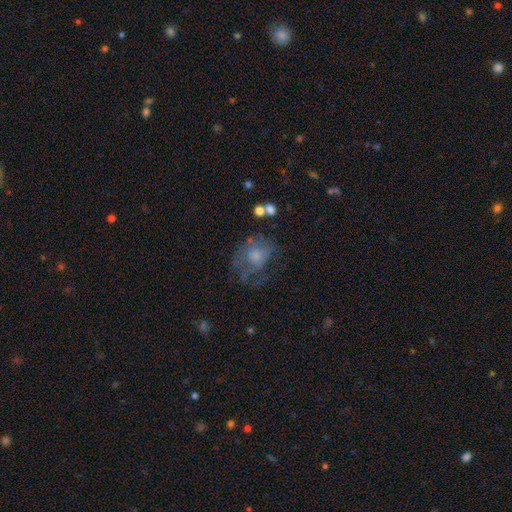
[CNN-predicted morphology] smooth-or-featured: smooth: 51% | featured or disk: 36% | star or artifact: 12%
  how-rounded: round: 53% | in between: 46% | cigar-shaped: 1%
  merging: none: 36% (tied) | major disturbance: 36% (tied) | minor disturbance: 24% | merger: 3%